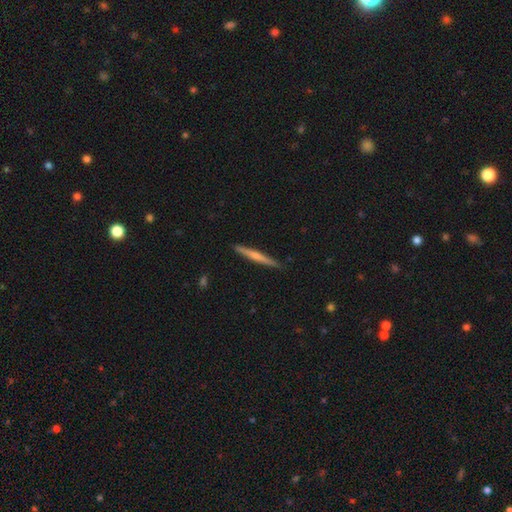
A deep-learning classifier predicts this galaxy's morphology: Overall: featured or disk (48%; smooth 47%). Merging: none (90%).